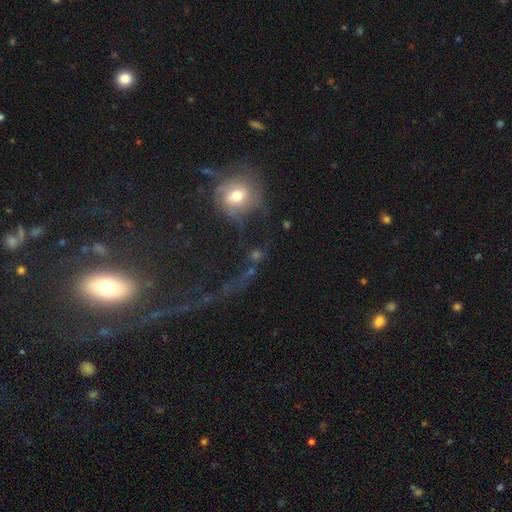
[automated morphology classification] Smooth or featured: smooth — 37% (featured or disk — 32%)
Merging: none — 45% (major disturbance — 28%)